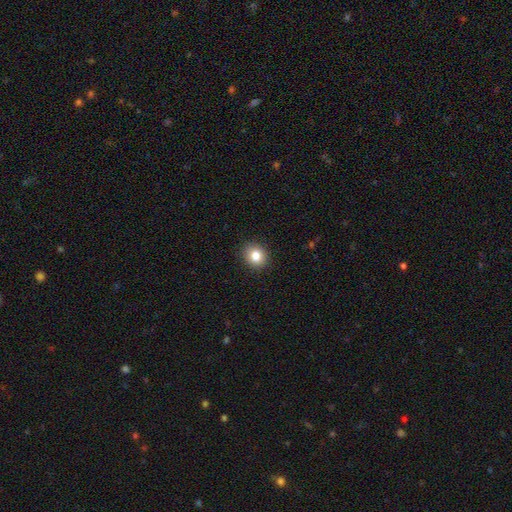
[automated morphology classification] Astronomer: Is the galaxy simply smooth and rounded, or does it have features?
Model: smooth — 82%.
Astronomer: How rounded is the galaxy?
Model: round — 76%.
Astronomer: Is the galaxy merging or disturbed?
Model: none — 91%.